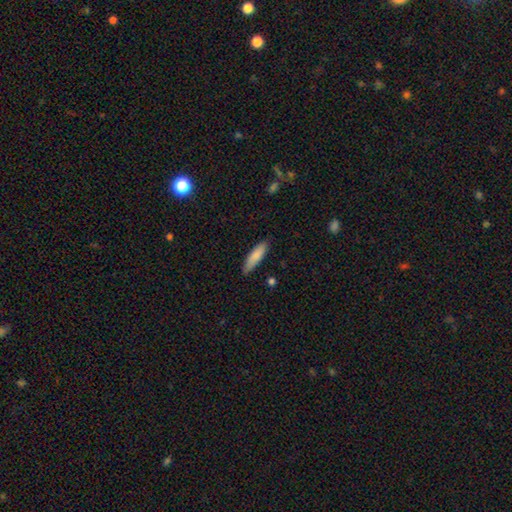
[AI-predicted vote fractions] A smooth galaxy with no disk features (83%) that is cigar-shaped (63%). Merging: none (82%).